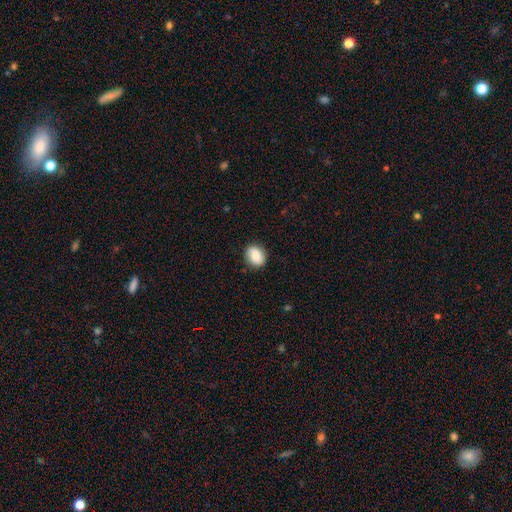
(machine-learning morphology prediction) smooth-or-featured: smooth: 79% | featured or disk: 13% | star or artifact: 8%
  how-rounded: round: 50% | in between: 49% | cigar-shaped: 1%
  merging: none: 84% | minor disturbance: 12% | major disturbance: 3% | merger: 1%